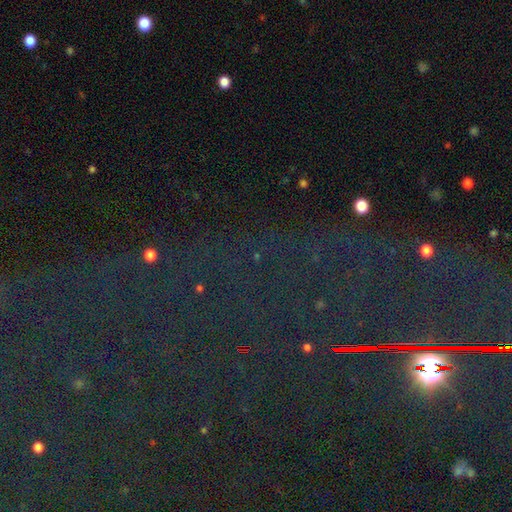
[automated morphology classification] Q: Smooth or featured?
A: star or artifact (83%); runner-up: smooth (9%)